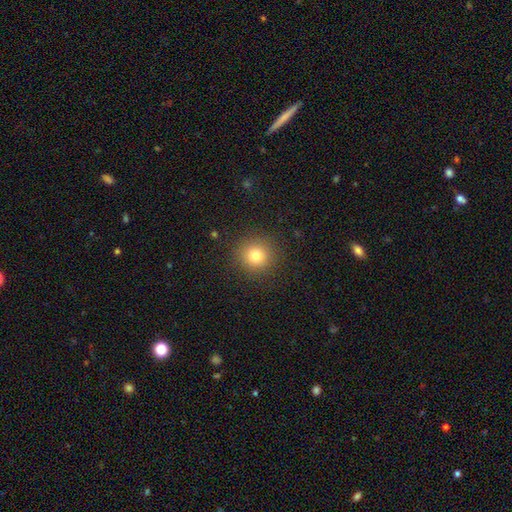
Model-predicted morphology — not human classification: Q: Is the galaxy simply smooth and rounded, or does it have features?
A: smooth — 78%.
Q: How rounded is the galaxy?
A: round — 93%.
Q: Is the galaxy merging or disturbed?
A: none — 89%.